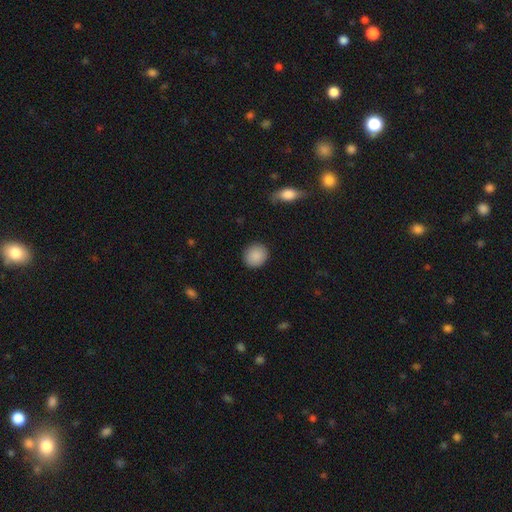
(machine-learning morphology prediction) smooth_or_featured: smooth (p=0.89) [alt: star or artifact p=0.07]
how_rounded: round (p=0.81) [alt: in between p=0.18]
merging: none (p=0.89) [alt: minor disturbance p=0.07]